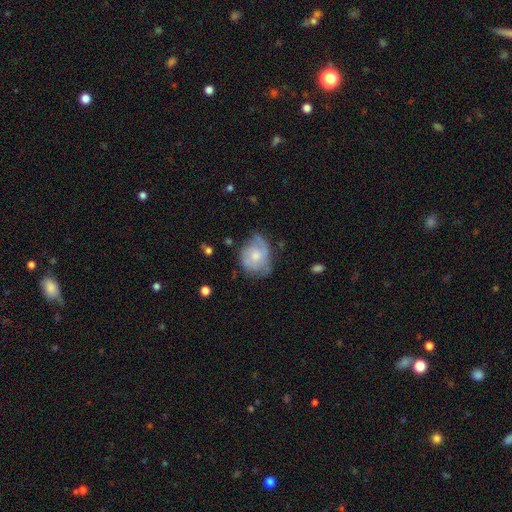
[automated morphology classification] Smooth or featured?
  - featured or disk: 50% *
  - smooth: 43%
  - star or artifact: 7%
Edge-on disk?
  - no: 97% *
  - yes: 3%
Merging?
  - none: 48% *
  - minor disturbance: 34%
  - major disturbance: 16%
  - merger: 2%